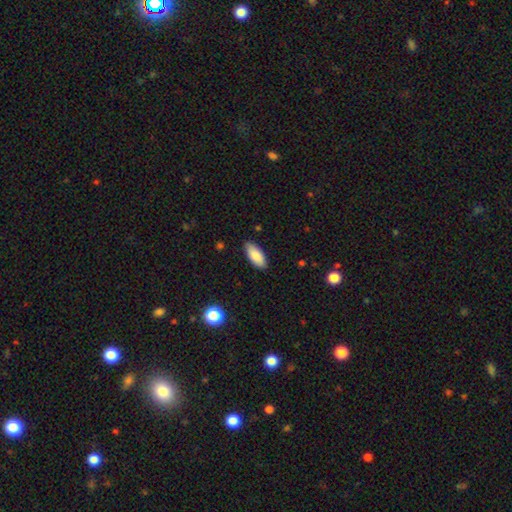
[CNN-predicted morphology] Smooth or featured?
  - smooth: 87% *
  - featured or disk: 7%
  - star or artifact: 6%
How rounded?
  - in between: 87% *
  - cigar-shaped: 11%
  - round: 2%
Merging?
  - none: 87% *
  - minor disturbance: 10%
  - major disturbance: 2%
  - merger: 1%